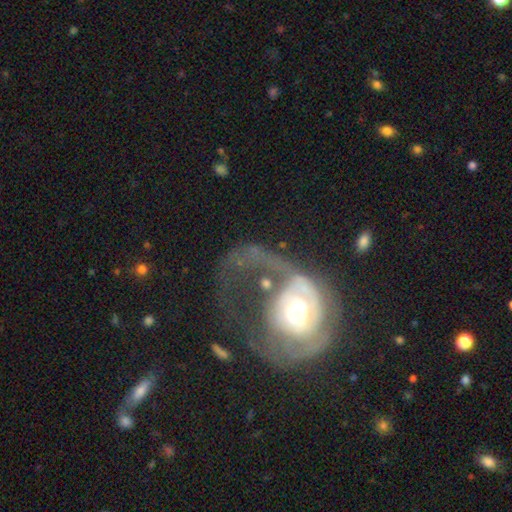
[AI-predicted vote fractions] smooth-or-featured: featured or disk: 67% | smooth: 24% | star or artifact: 9%
  disk-edge-on: no: 97% | yes: 3%
    bar: no: 74% | weak: 19% | strong: 6%
    has-spiral-arms: yes: 58% | no: 42%
    bulge-size: moderate: 64% | large: 16% | small: 15% | dominant: 3% | none: 2%
  merging: major disturbance: 64% | none: 18% | minor disturbance: 10% | merger: 8%